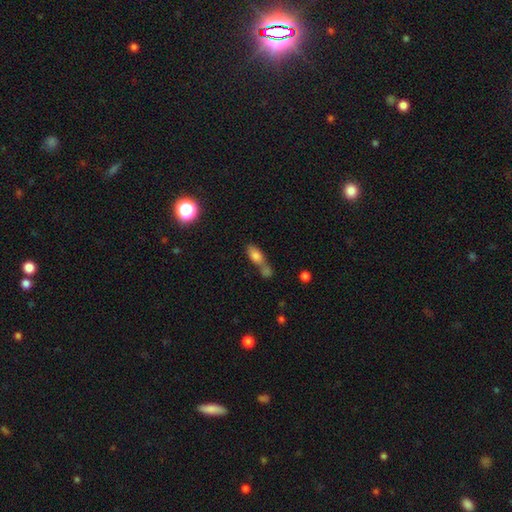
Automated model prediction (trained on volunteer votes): A smooth galaxy with no disk features (77%) that is in between round and cigar-shaped (78%).

Vote fractions:
- Smooth or featured? smooth: 77% / featured or disk: 13% / star or artifact: 11%
- How rounded? in between: 78% / cigar-shaped: 15% / round: 7%
- Merging? merger: 54% / none: 29% / minor disturbance: 11% / major disturbance: 6%